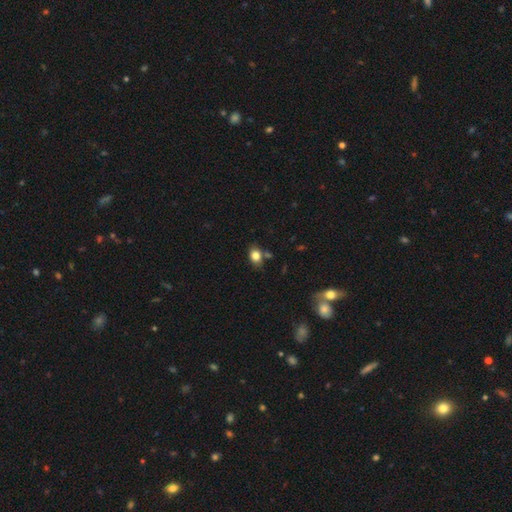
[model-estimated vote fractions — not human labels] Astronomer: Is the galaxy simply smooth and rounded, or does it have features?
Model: smooth — 81%.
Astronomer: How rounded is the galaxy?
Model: in between — 66%.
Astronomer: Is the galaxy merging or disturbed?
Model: none — 71%.